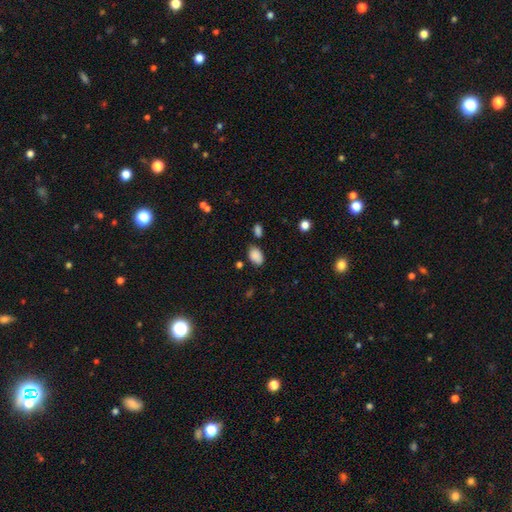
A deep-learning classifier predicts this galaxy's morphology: Smooth or featured: smooth — 87% (star or artifact — 9%)
How rounded: in between — 88% (round — 11%)
Merging: none — 73% (minor disturbance — 17%)